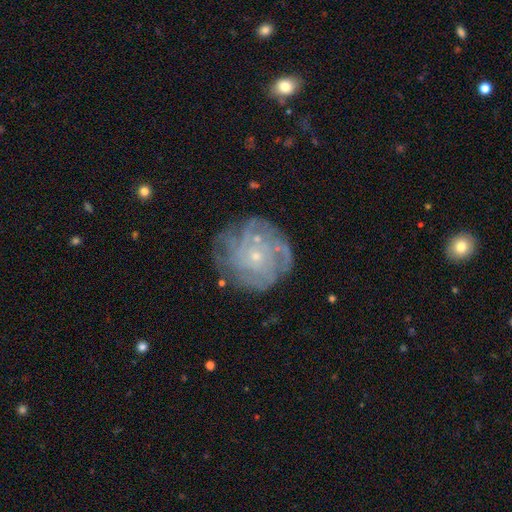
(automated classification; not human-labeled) This is likely a featured or disk galaxy (76%). It is clearly not viewed edge-on (97%). Bar: clearly no (83%). Spiral arm pattern: clearly yes (85%). Spiral arm count: marginally can't tell (42%). Spiral winding: likely tight (70%). Central bulge: clearly small (82%). Merging: likely none (70%).